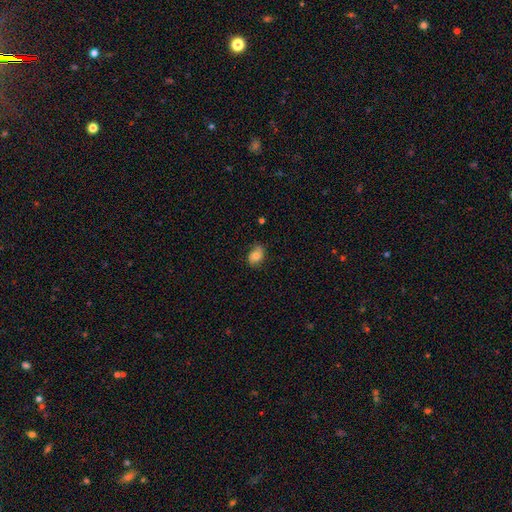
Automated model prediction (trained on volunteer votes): This appears to be a smooth galaxy with no disk features (71%) that is in between round and cigar-shaped (69%). Merging: none (66%).